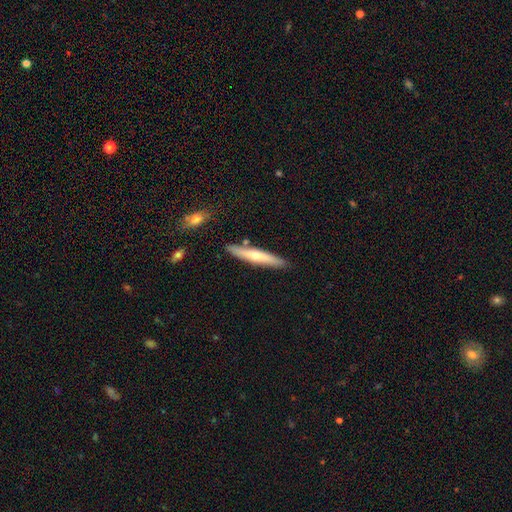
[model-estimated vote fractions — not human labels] smooth-or-featured: smooth: 54% | featured or disk: 40% | star or artifact: 6%
  how-rounded: cigar-shaped: 92% | in between: 7% | round: 1%
  merging: none: 84% | minor disturbance: 10% | merger: 4% | major disturbance: 2%